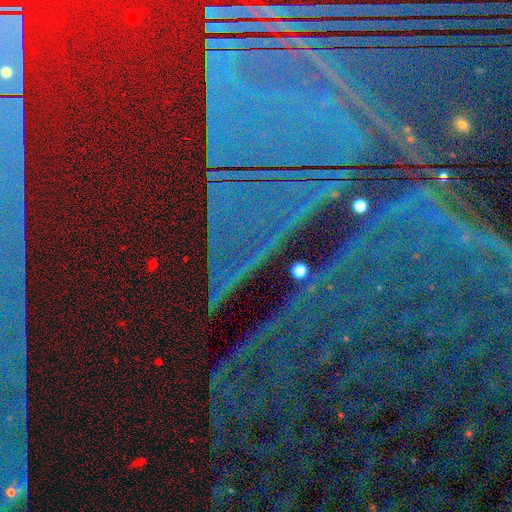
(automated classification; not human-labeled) This is clearly a star or artifact rather than a galaxy (89%).